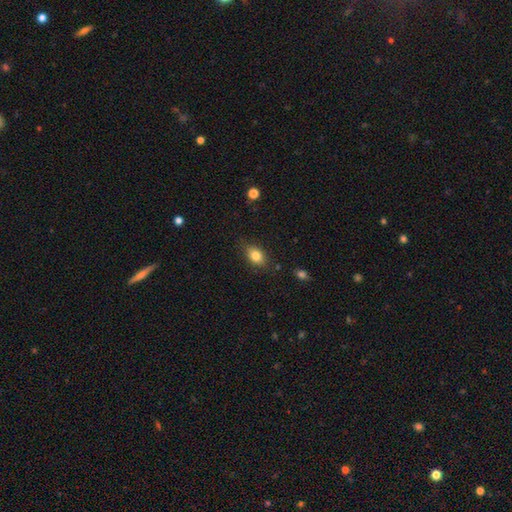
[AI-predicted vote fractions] Smooth or featured?
  - smooth: 82% *
  - featured or disk: 9%
  - star or artifact: 9%
How rounded?
  - in between: 79% *
  - round: 18%
  - cigar-shaped: 3%
Merging?
  - none: 80% *
  - minor disturbance: 15%
  - major disturbance: 3%
  - merger: 2%